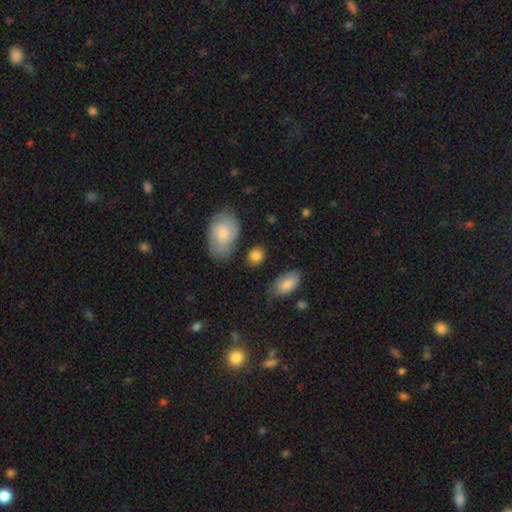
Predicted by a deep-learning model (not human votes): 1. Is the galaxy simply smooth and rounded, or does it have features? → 81% smooth, 10% featured or disk, 9% star or artifact.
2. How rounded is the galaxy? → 68% in between, 30% round, 2% cigar-shaped.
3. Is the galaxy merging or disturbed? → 73% none, 16% minor disturbance, 6% merger, 5% major disturbance.